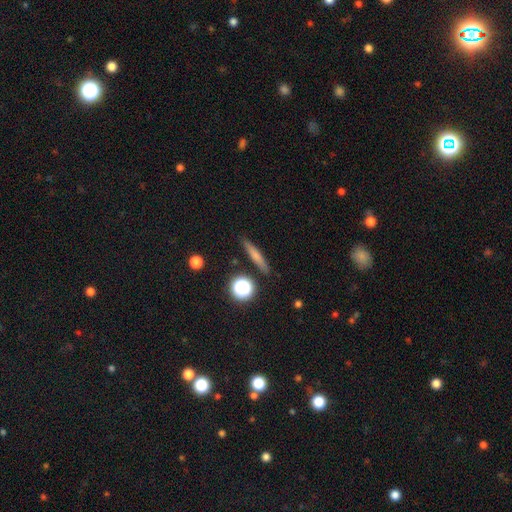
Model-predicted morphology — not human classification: Smooth or featured? Predicted: smooth (p=0.65). How rounded? Predicted: cigar-shaped (p=0.85). Merging? Predicted: none (p=0.87).